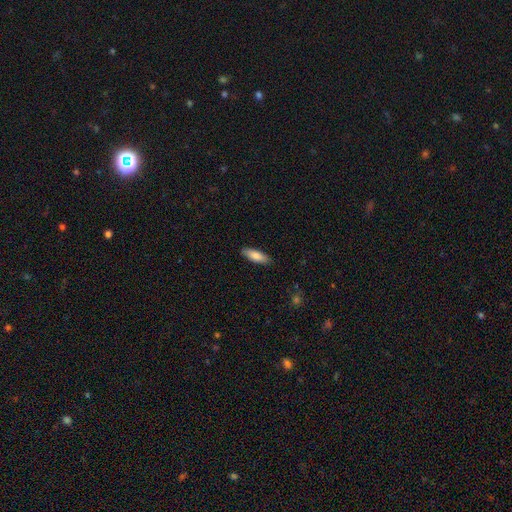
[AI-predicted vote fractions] Q: Smooth or featured?
A: smooth (83%); runner-up: featured or disk (11%)
Q: How rounded?
A: in between (61%); runner-up: cigar-shaped (37%)
Q: Merging?
A: none (89%); runner-up: minor disturbance (9%)